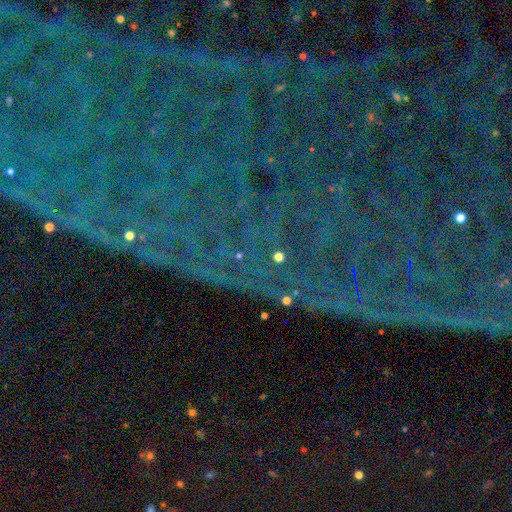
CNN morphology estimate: Smooth or featured: star or artifact — 86% (featured or disk — 7%)